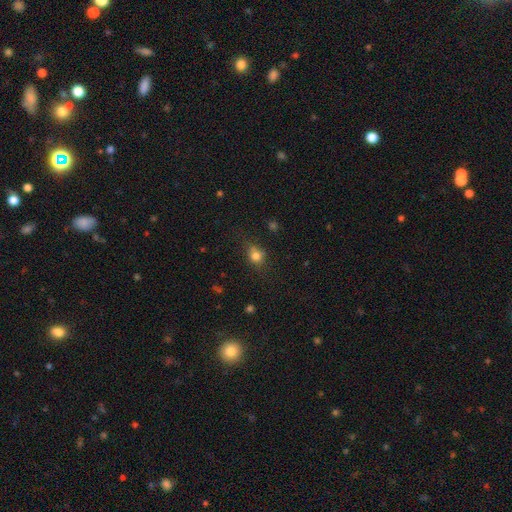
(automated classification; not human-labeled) A smooth galaxy with no disk features (76%) that is round (65%). Merging: none (65%).